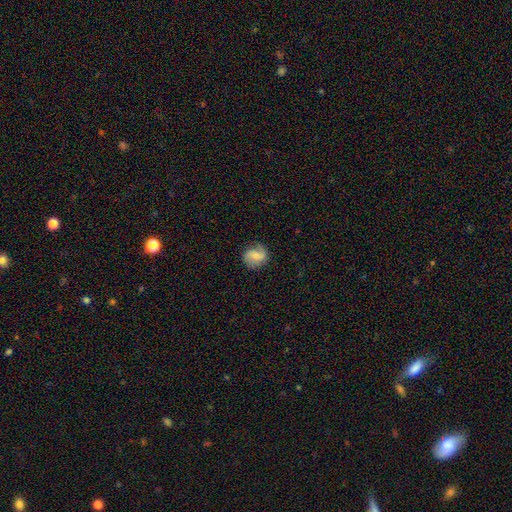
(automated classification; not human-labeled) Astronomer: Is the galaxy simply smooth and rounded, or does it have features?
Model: featured or disk — 50% (runner-up: smooth, 42%).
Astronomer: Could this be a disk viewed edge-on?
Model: no — 97%.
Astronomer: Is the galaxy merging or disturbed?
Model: none — 73%.